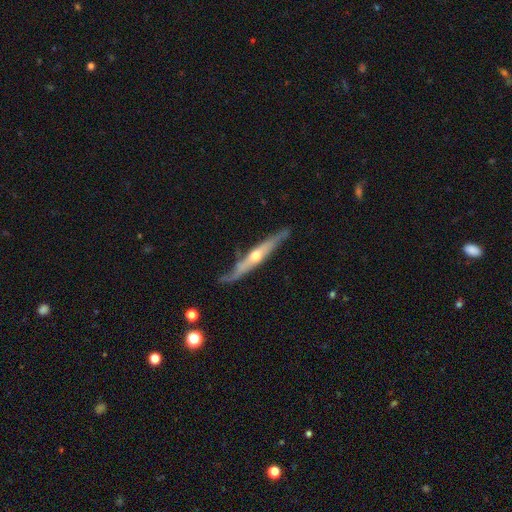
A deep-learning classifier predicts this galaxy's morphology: Smooth or featured? Predicted: featured or disk (p=0.72). Edge-on disk? Predicted: yes (p=0.89). Edge-on bulge? Predicted: rounded (p=0.85). Merging? Predicted: none (p=0.70).